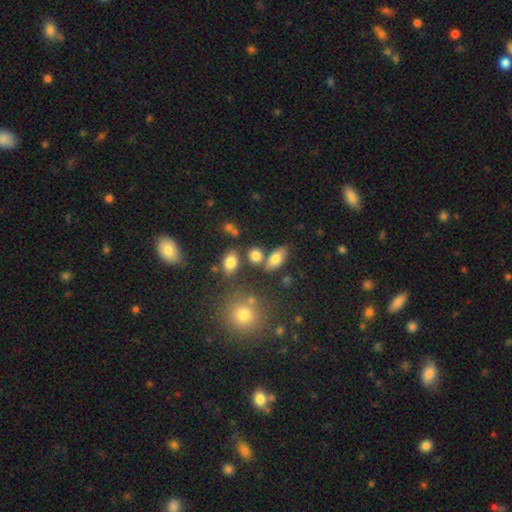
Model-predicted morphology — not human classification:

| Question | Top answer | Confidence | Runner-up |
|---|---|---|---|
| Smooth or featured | smooth | 78% | star or artifact (12%) |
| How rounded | in between | 74% | round (23%) |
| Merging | none | 65% | merger (18%) |